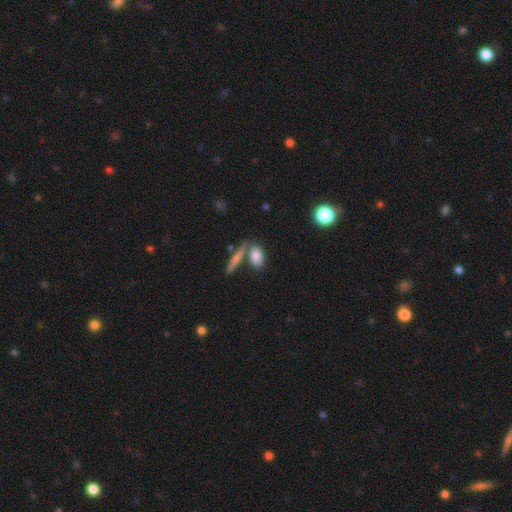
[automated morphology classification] smooth_or_featured: smooth (p=0.82) [alt: featured or disk p=0.11]
how_rounded: in between (p=0.76) [alt: cigar-shaped p=0.15]
merging: none (p=0.60) [alt: merger p=0.23]